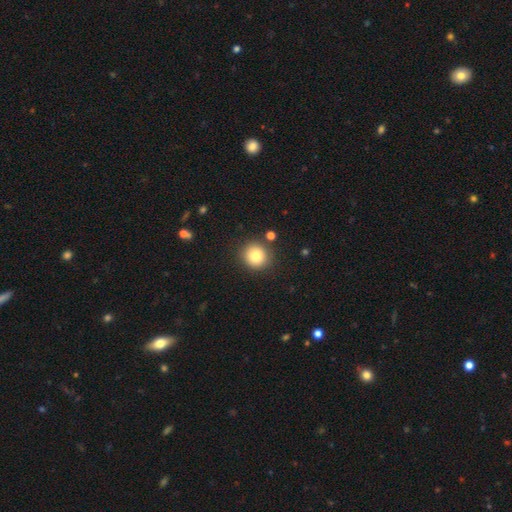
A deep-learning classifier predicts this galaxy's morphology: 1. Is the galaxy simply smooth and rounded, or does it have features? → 83% smooth, 10% star or artifact, 7% featured or disk.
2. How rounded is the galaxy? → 88% round, 11% in between, 1% cigar-shaped.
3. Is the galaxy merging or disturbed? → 86% none, 8% minor disturbance, 3% merger, 3% major disturbance.